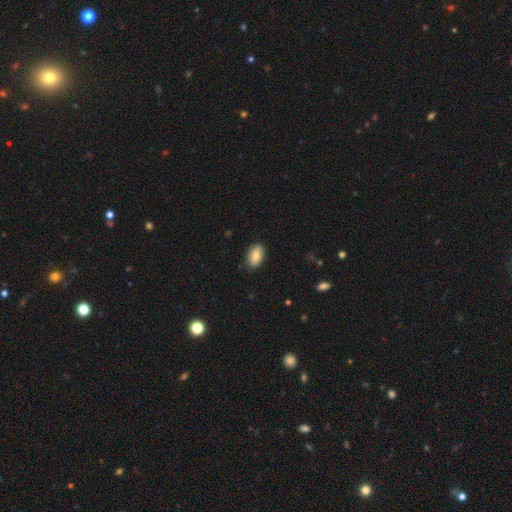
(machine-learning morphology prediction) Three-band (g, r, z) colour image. It shows a smooth galaxy with no disk features (87%) that is in between round and cigar-shaped (93%). Merging: none (83%).